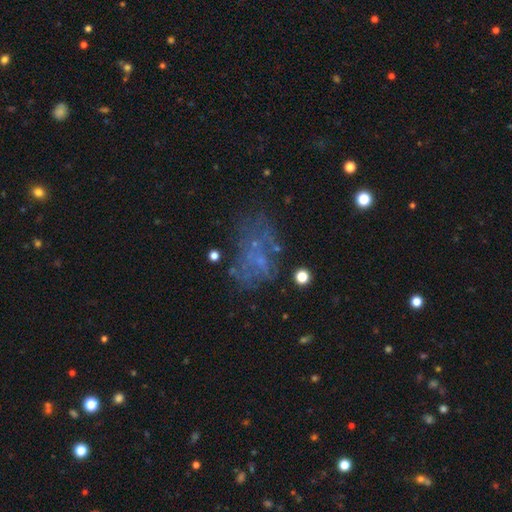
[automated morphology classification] Smooth or featured? Predicted: featured or disk (p=0.42). Merging? Predicted: none (p=0.48).